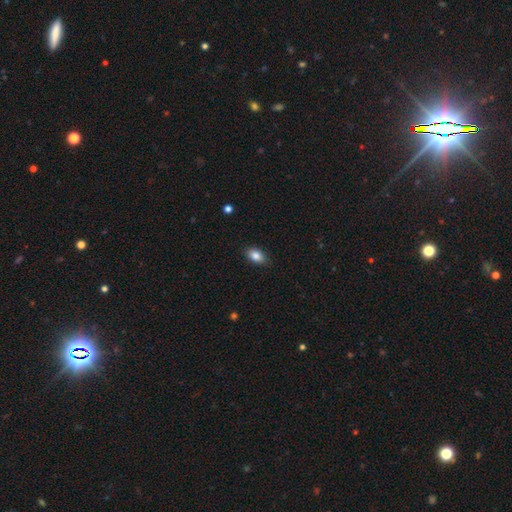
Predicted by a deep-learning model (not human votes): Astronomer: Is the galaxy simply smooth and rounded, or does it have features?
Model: smooth — 86%.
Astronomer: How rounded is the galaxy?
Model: in between — 88%.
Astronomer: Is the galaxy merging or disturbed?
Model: none — 87%.